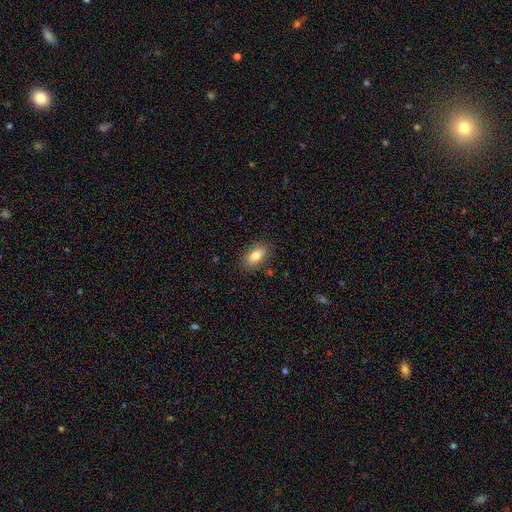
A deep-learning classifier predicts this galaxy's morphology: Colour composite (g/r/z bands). It shows a smooth galaxy with no disk features (79%) that is in between round and cigar-shaped (88%). Merging: none (85%).